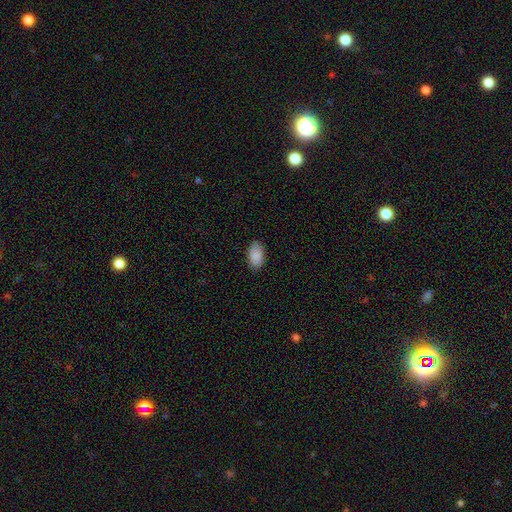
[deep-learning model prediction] A smooth galaxy with no disk features (89%) that is in between round and cigar-shaped (95%). Merging: none (87%).